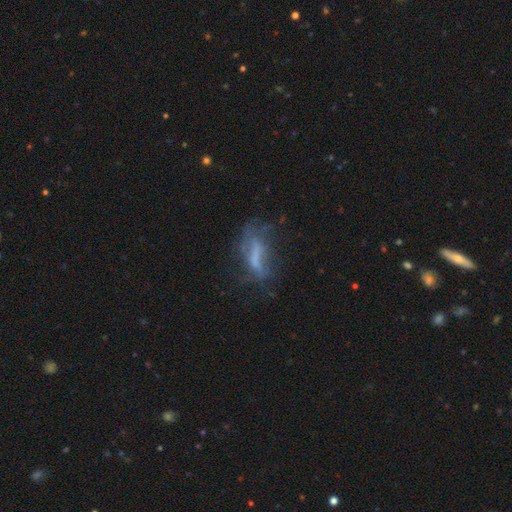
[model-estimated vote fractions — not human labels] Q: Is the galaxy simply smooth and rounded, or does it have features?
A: featured or disk — 49%.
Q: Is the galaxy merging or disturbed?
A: none — 41%.